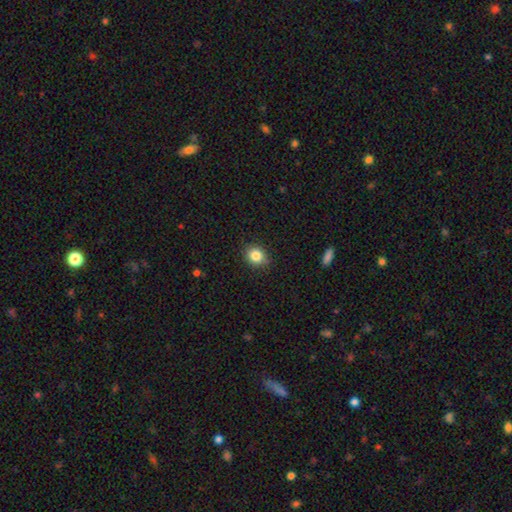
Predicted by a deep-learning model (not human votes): smooth 84%, star or artifact 10%, featured or disk 5%. Down the decision tree: how rounded — round (70%); merging — none (86%).